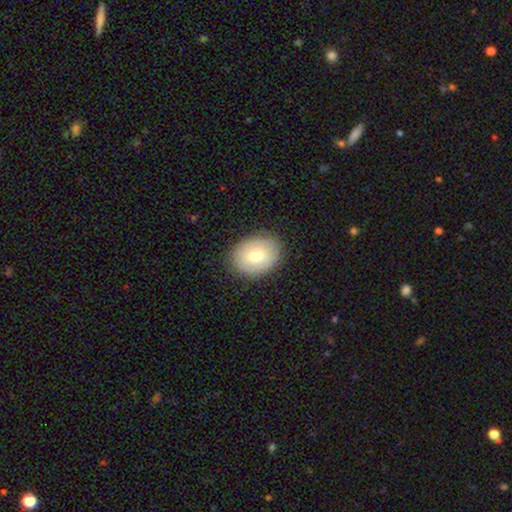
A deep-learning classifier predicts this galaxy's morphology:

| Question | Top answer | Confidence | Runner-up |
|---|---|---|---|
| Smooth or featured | smooth | 73% | featured or disk (19%) |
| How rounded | in between | 59% | round (40%) |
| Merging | none | 86% | minor disturbance (10%) |